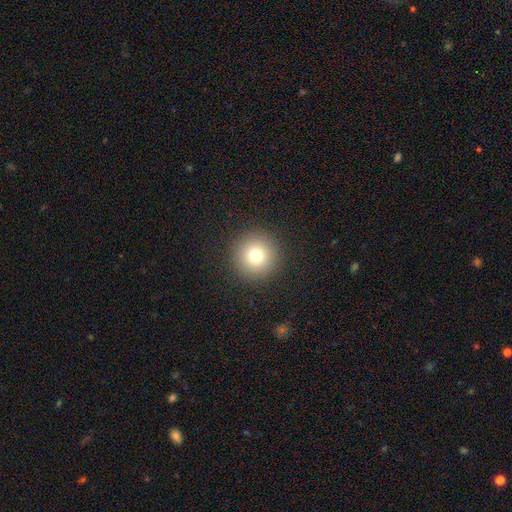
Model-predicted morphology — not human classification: smooth 77%, star or artifact 14%, featured or disk 10%. Down the decision tree: how rounded — round (96%); merging — none (92%).